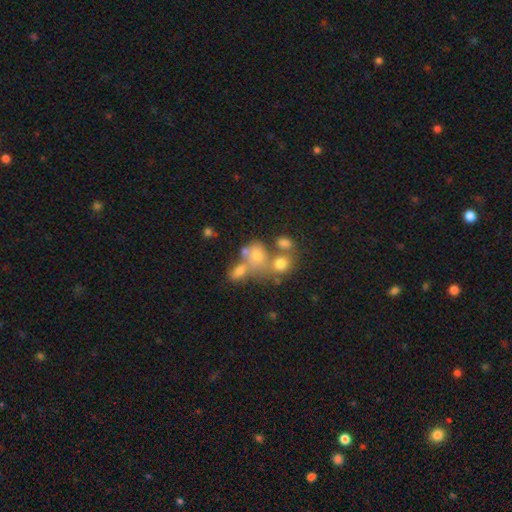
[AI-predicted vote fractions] Overall: smooth (58%; featured or disk 24%). How rounded: round (53%; in between 45%). Merging: merger (50%; none 31%).